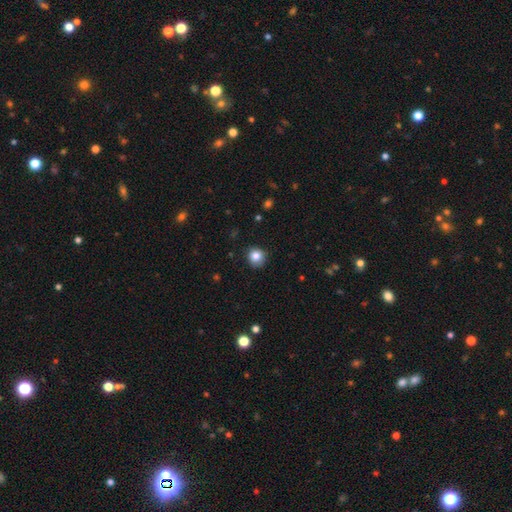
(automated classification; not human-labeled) A smooth galaxy with no disk features (84%) that is round (89%). Merging: none (87%).